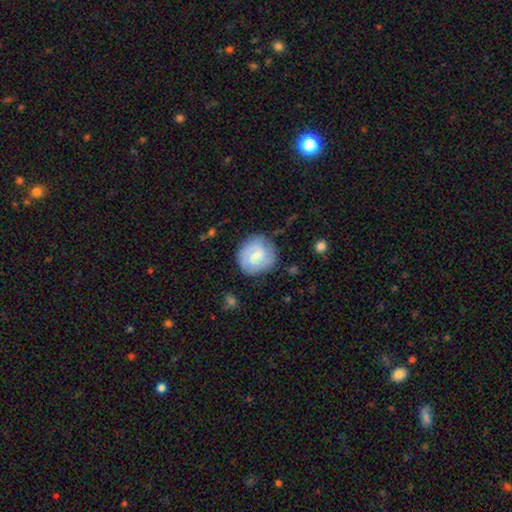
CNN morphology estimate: smooth-or-featured: smooth: 56% | featured or disk: 38% | star or artifact: 6%
  how-rounded: round: 85% | in between: 14% | cigar-shaped: 1%
  merging: none: 74% | minor disturbance: 18% | major disturbance: 6% | merger: 2%